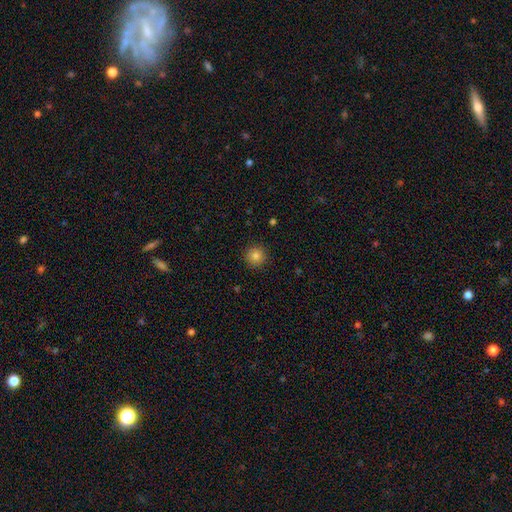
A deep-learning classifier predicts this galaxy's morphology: This is clearly a smooth galaxy (83%). How rounded: clearly round (95%). Merging: clearly none (92%).